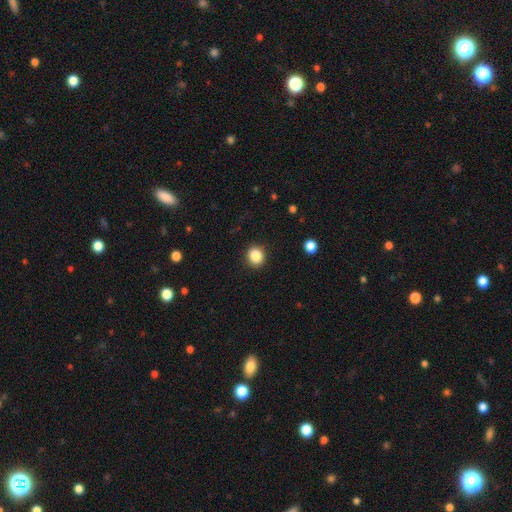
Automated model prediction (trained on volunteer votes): Overall: smooth (86%). How rounded: round (80%). Merging: none (90%).